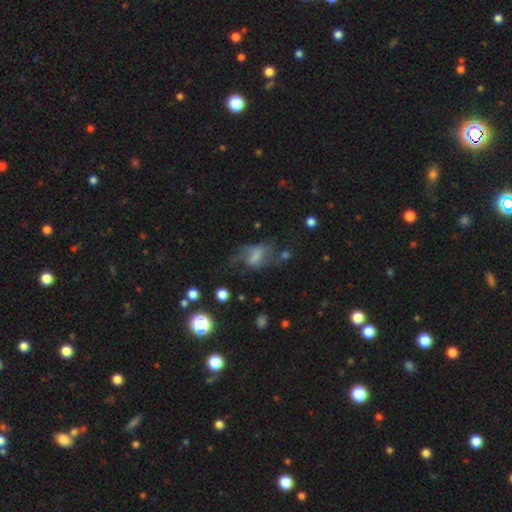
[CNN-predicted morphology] type=featured or disk (47%); merging=major disturbance (38%).